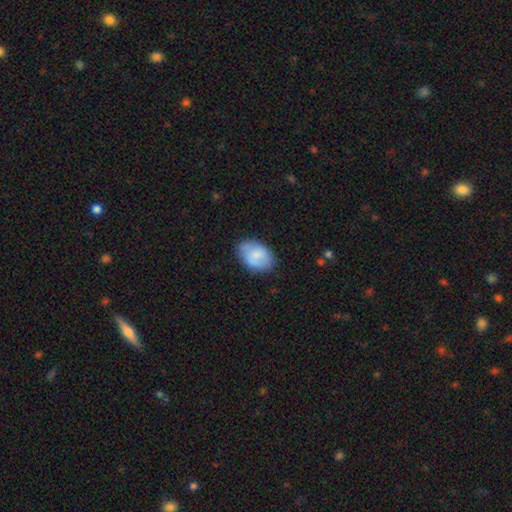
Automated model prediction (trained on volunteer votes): Morphology: type=smooth (75%); roundness=in between (86%); merging=none (77%).